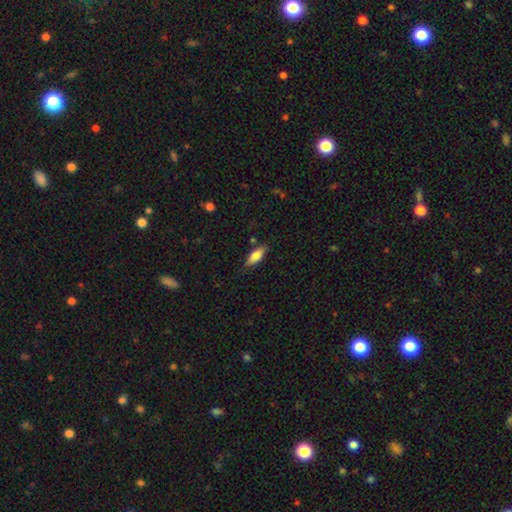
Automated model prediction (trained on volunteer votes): Smooth or featured: smooth — 71% (featured or disk — 23%)
How rounded: in between — 68% (cigar-shaped — 29%)
Merging: none — 82% (minor disturbance — 14%)